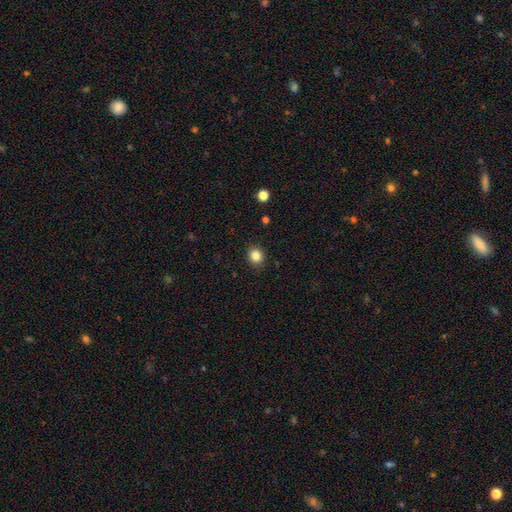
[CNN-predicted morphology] smooth 84%, star or artifact 11%, featured or disk 5%. Down the decision tree: how rounded — round (79%); merging — none (91%).